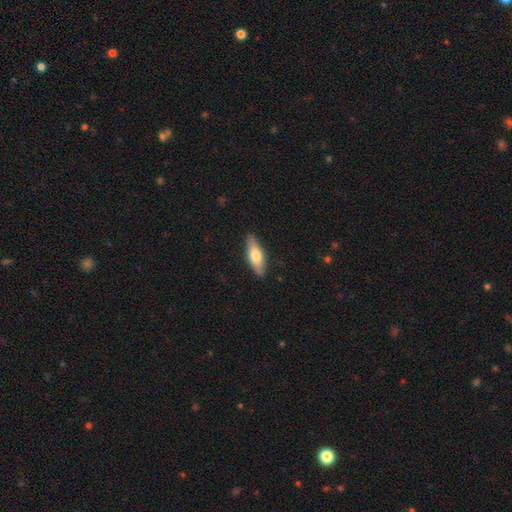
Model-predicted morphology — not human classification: smooth 66%, featured or disk 28%, star or artifact 5%. Down the decision tree: how rounded — in between (60%); merging — none (87%).